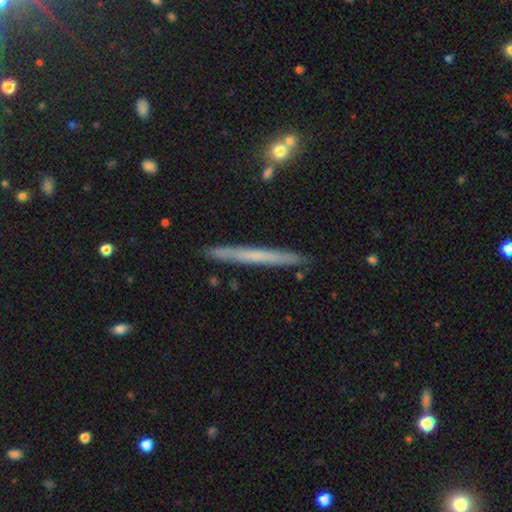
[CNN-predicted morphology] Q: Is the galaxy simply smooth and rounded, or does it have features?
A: smooth — 50%.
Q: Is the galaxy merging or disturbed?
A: none — 90%.